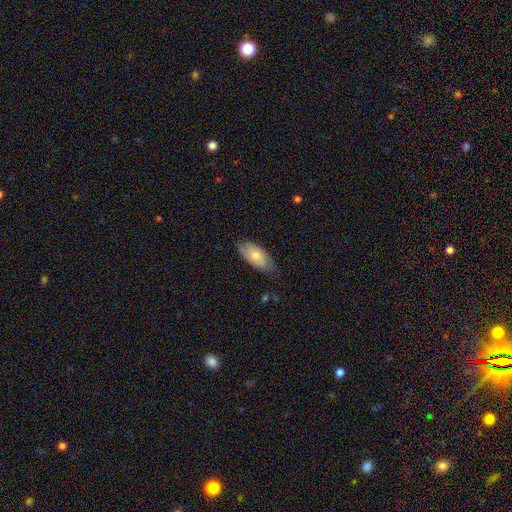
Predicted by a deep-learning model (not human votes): This is likely a smooth galaxy (71%). How rounded: clearly in between (90%). Merging: likely none (71%).